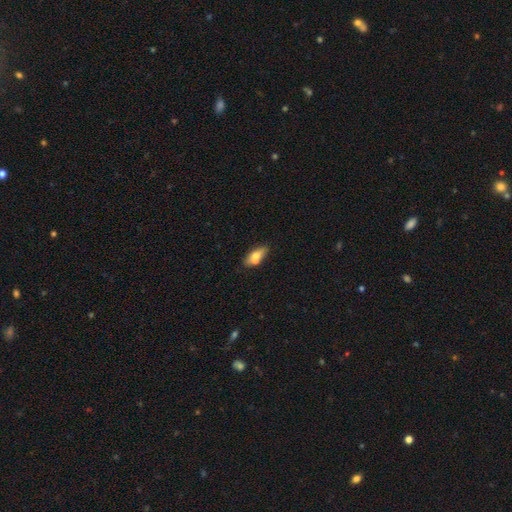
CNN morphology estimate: This is likely a smooth galaxy (68%). How rounded: likely in between (74%). Merging: possibly none (53%).